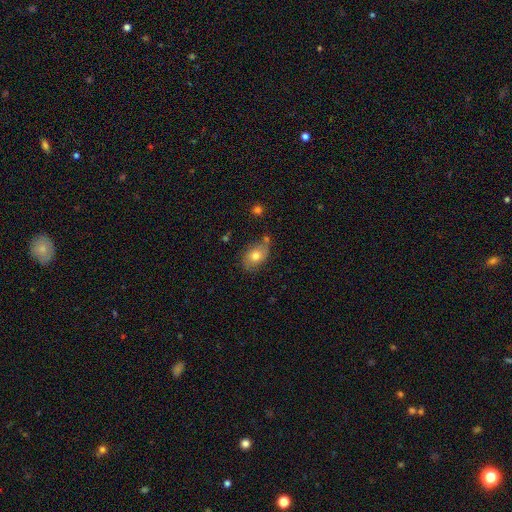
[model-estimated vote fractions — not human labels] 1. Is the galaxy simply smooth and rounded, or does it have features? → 65% smooth, 26% featured or disk, 9% star or artifact.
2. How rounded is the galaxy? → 80% in between, 18% round, 2% cigar-shaped.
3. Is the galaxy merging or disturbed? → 58% none, 25% minor disturbance, 10% merger, 7% major disturbance.